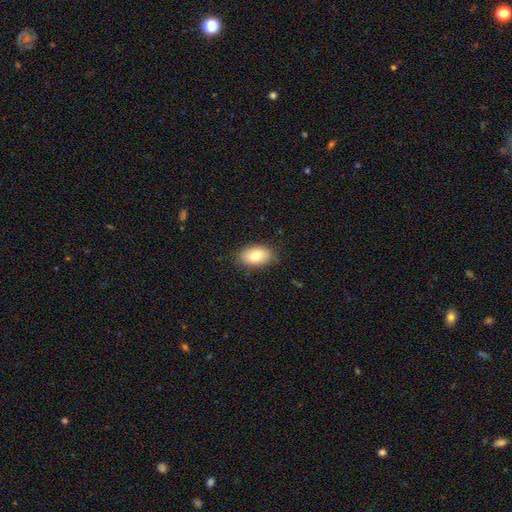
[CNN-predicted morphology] A smooth galaxy with no disk features (80%) that is in between round and cigar-shaped (91%). Merging: none (84%).